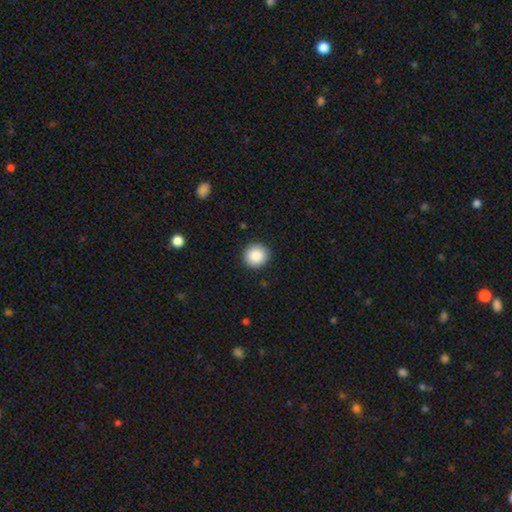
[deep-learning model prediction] smooth_or_featured: smooth (p=0.88) [alt: star or artifact p=0.08]
how_rounded: round (p=0.94) [alt: in between p=0.05]
merging: none (p=0.92) [alt: minor disturbance p=0.05]